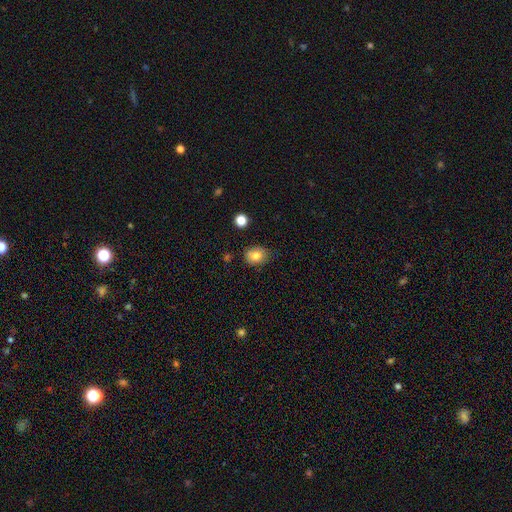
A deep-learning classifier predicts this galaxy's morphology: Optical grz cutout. It shows a smooth galaxy with no disk features (79%) that is round (52%). Merging: none (74%).